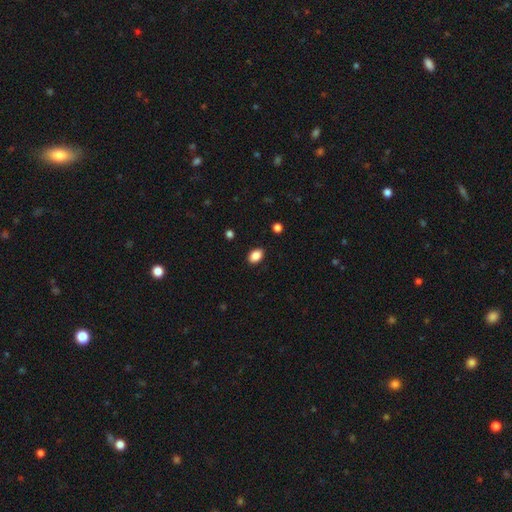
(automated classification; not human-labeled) A smooth galaxy with no disk features (88%) that is in between round and cigar-shaped (82%).

Vote fractions:
- Smooth or featured? smooth: 88% / star or artifact: 8% / featured or disk: 4%
- How rounded? in between: 82% / round: 17% / cigar-shaped: 1%
- Merging? none: 88% / minor disturbance: 8% / major disturbance: 2% / merger: 1%